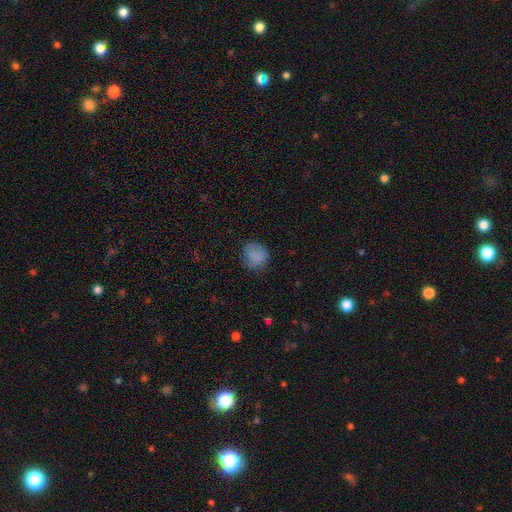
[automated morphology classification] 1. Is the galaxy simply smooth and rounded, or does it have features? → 82% smooth, 11% star or artifact, 7% featured or disk.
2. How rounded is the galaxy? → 76% round, 23% in between, 1% cigar-shaped.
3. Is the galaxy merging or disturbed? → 74% none, 20% minor disturbance, 6% major disturbance, 1% merger.